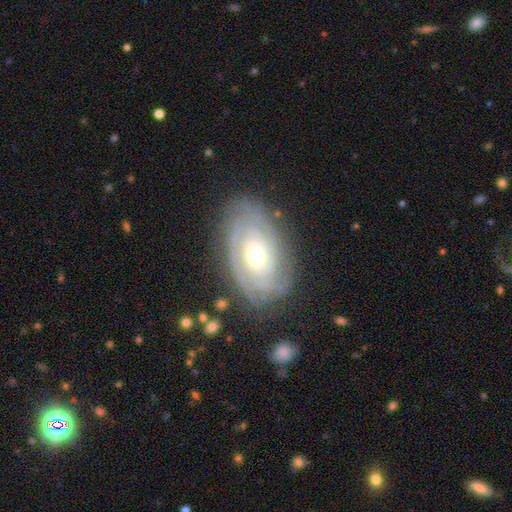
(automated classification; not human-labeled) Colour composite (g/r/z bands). It shows a featured or disk galaxy (82%) with no bar (75%), tight (81%) spiral arms (92%) and a moderate central bulge (56%). Merging: none (78%).